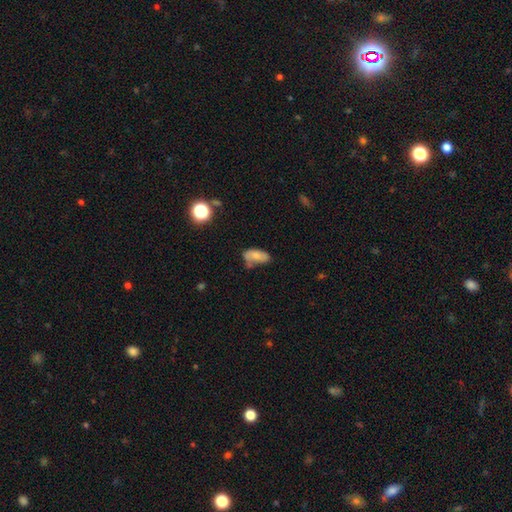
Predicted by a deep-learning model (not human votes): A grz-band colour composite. It shows a smooth galaxy with no disk features (63%) that is in between round and cigar-shaped (89%). Merging: none (39%).